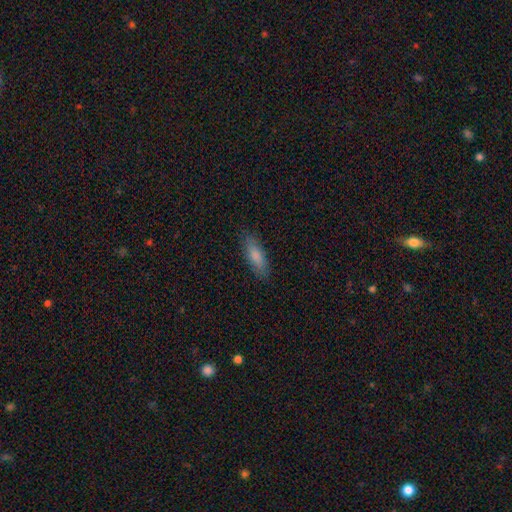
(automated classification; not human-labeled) This is clearly a smooth galaxy (84%). How rounded: possibly in between (53%). Merging: clearly none (86%).